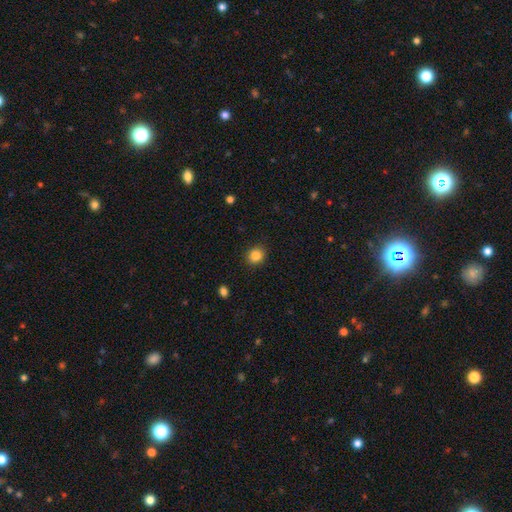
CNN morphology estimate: The model was most divided on "how rounded": round: 81%, in between: 18%, cigar-shaped: 1%. More confident: merging — none (90%); smooth or featured — smooth (85%).